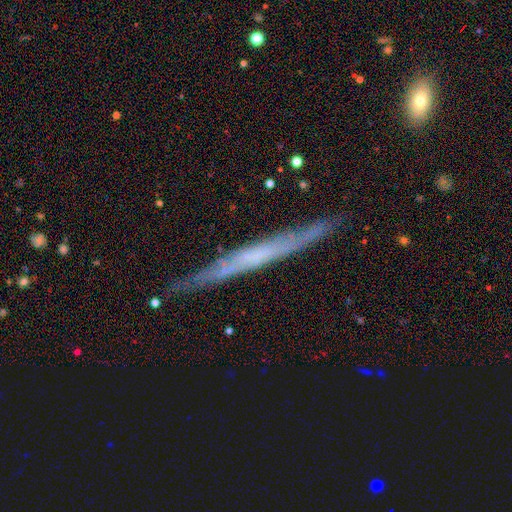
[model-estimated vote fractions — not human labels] Smooth or featured? featured or disk (66%)
Edge-on disk? yes (92%)
Edge-on bulge? none (79%)
Merging? none (84%)